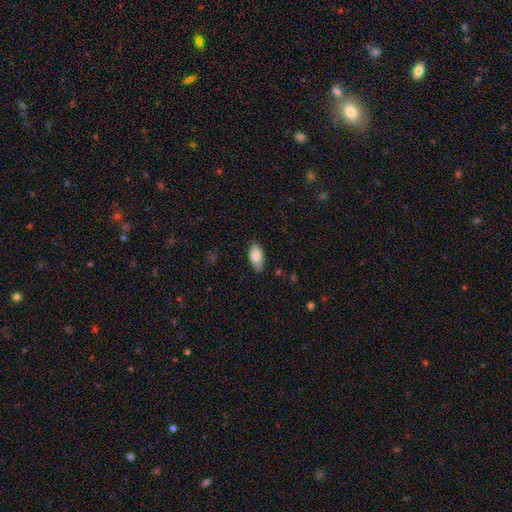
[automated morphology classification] smooth-or-featured: smooth: 81% | featured or disk: 13% | star or artifact: 7%
  how-rounded: in between: 91% | cigar-shaped: 6% | round: 3%
  merging: none: 79% | minor disturbance: 17% | major disturbance: 3% | merger: 1%